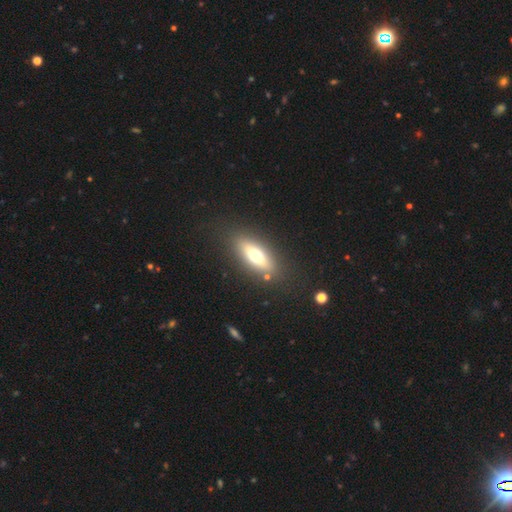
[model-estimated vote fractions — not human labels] Morphology: type=smooth (60%); roundness=in between (65%); merging=none (84%).